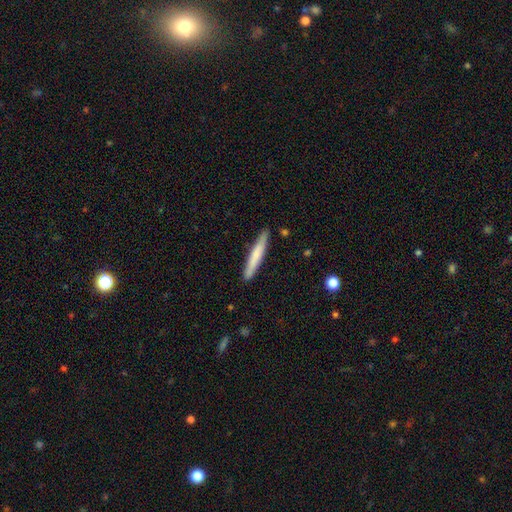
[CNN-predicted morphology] Q: Smooth or featured?
A: smooth (66%); runner-up: featured or disk (29%)
Q: How rounded?
A: cigar-shaped (95%); runner-up: in between (4%)
Q: Merging?
A: none (88%); runner-up: minor disturbance (9%)